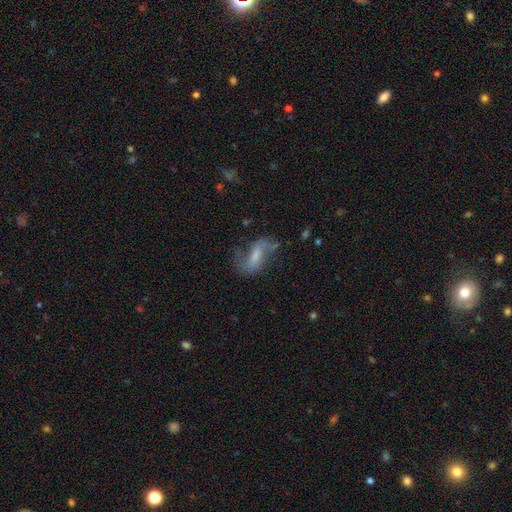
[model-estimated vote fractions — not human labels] Morphology: type=featured or disk (66%); edge-on=no (93%); bar=weak (44%); spiral arms=yes (85%); winding=loose (67%); arm count=2 (84%); bulge=moderate (32%); merging=none (54%).